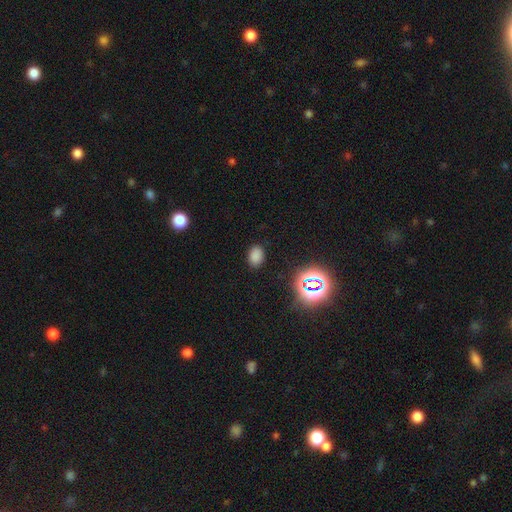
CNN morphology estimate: Smooth or featured: smooth — 76% (star or artifact — 19%)
How rounded: in between — 80% (round — 19%)
Merging: none — 86% (minor disturbance — 10%)